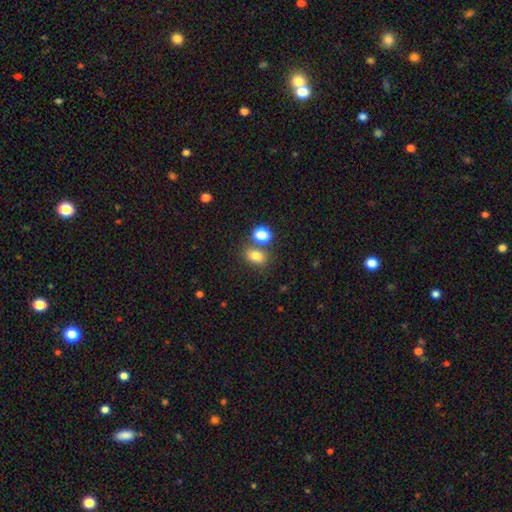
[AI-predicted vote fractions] Smooth or featured? Predicted: smooth (p=0.78). How rounded? Predicted: in between (p=0.69). Merging? Predicted: none (p=0.64).